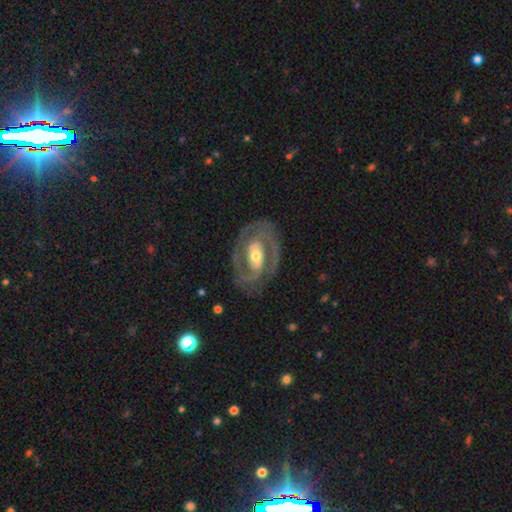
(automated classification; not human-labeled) Morphology: type=featured or disk (87%); edge-on=no (96%); bar=strong (35%); spiral arms=yes (89%); winding=tight (51%); arm count=2 (83%); bulge=moderate (62%); merging=none (79%).